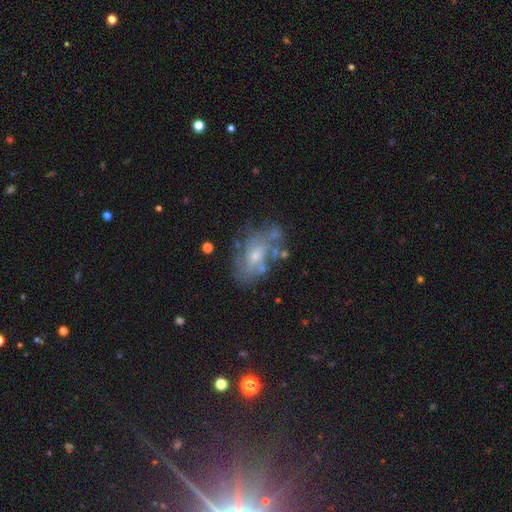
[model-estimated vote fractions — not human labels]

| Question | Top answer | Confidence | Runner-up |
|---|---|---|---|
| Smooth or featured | featured or disk | 64% | smooth (25%) |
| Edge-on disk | no | 94% | yes (6%) |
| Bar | no | 67% | weak (28%) |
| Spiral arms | yes | 61% | no (39%) |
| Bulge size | small | 57% | moderate (35%) |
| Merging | none | 59% | minor disturbance (21%) |